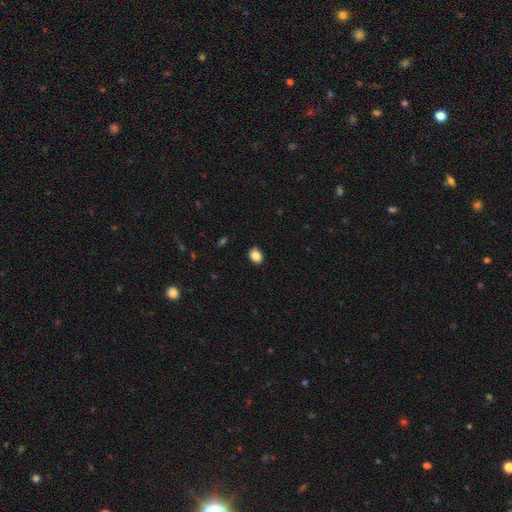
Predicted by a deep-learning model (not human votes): The model was most divided on "how rounded": in between: 52%, round: 47%, cigar-shaped: 1%. More confident: merging — none (90%); smooth or featured — smooth (86%).